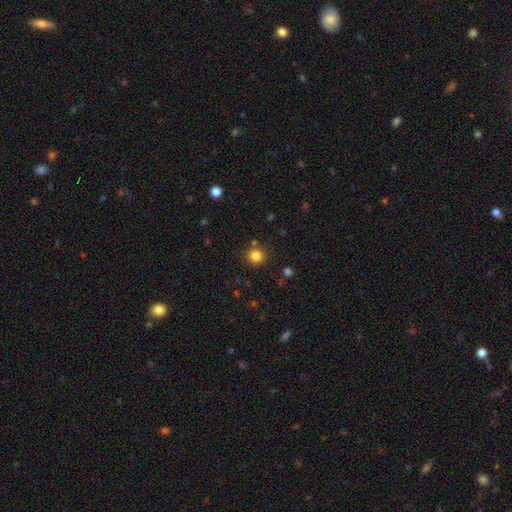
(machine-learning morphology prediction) Smooth or featured?
  - smooth: 83% *
  - star or artifact: 13%
  - featured or disk: 5%
How rounded?
  - round: 93% *
  - in between: 6%
  - cigar-shaped: 1%
Merging?
  - none: 85% *
  - minor disturbance: 7%
  - merger: 5%
  - major disturbance: 3%